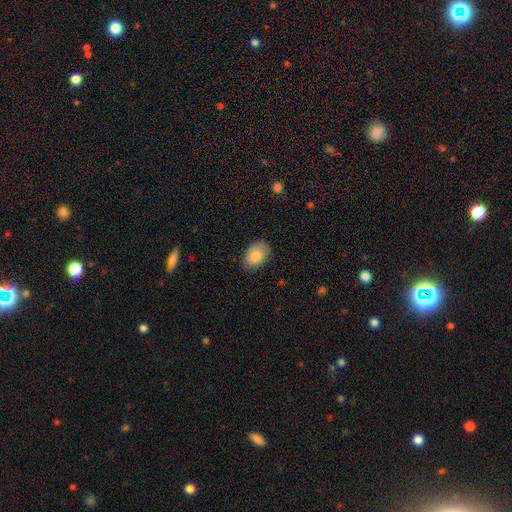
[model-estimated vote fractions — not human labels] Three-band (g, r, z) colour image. It shows a smooth galaxy with no disk features (85%) that is in between round and cigar-shaped (86%). Merging: none (82%).